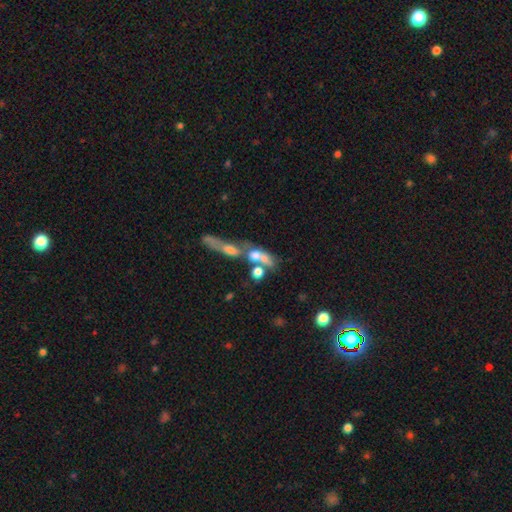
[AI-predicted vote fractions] smooth_or_featured: smooth (p=0.54) [alt: featured or disk p=0.32]
how_rounded: in between (p=0.49) [alt: cigar-shaped p=0.31]
merging: merger (p=0.60) [alt: none p=0.19]